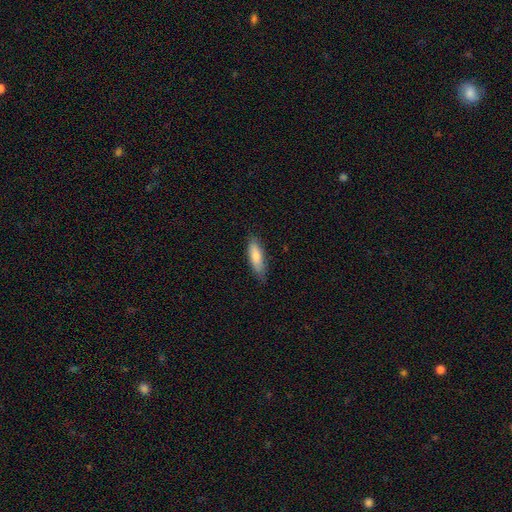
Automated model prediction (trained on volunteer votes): Morphology: type=smooth (77%); roundness=cigar-shaped (56%); merging=none (79%).